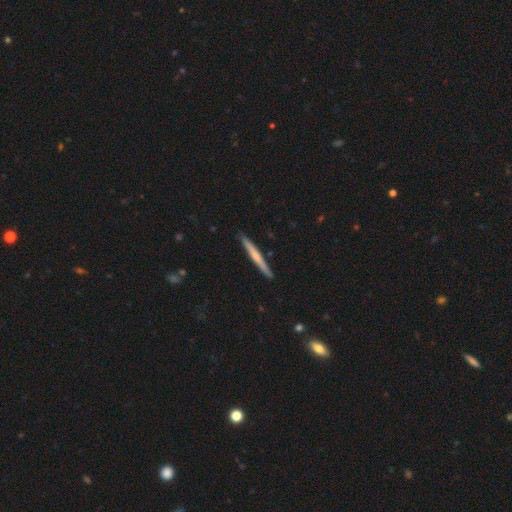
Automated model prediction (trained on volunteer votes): Smooth or featured? smooth (53%)
How rounded? cigar-shaped (97%)
Merging? none (91%)